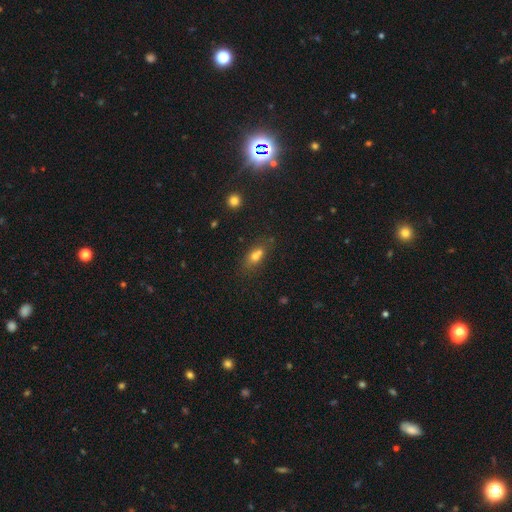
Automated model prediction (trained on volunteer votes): smooth 70%, featured or disk 17%, star or artifact 13%. Down the decision tree: how rounded — in between (70%); merging — none (44%).